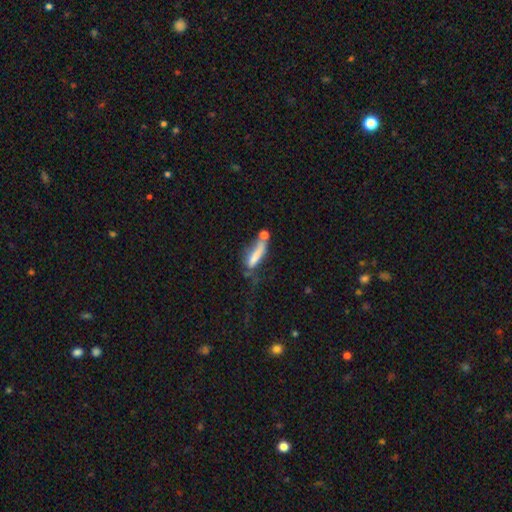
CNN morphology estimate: This appears to be a smooth galaxy with no disk features (65%) that is cigar-shaped (69%). Merging: merger (32%).